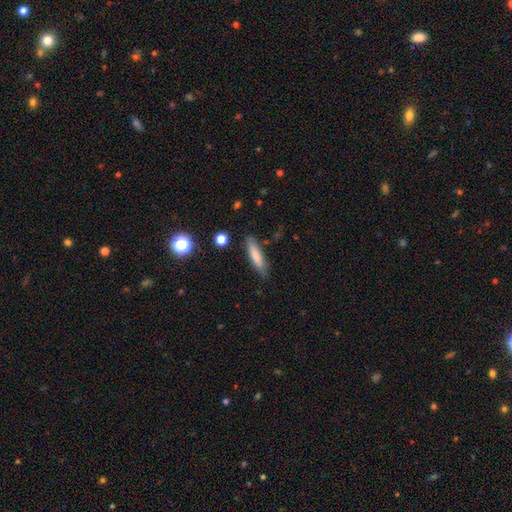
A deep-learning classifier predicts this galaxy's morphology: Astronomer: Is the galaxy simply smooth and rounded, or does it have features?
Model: smooth — 76%.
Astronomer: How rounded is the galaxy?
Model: cigar-shaped — 75%.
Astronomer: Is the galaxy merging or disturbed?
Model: none — 82%.